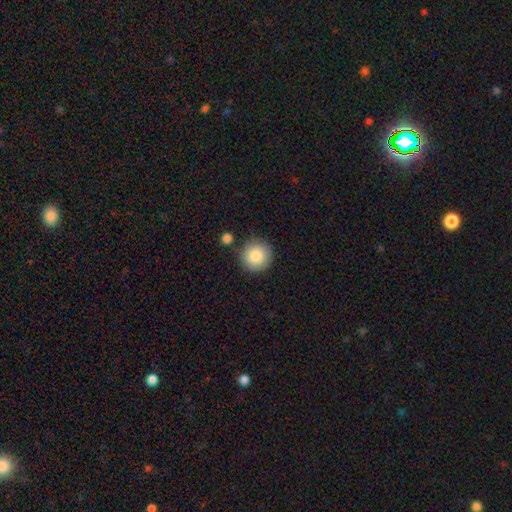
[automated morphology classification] type=smooth (86%); roundness=round (95%); merging=none (82%).